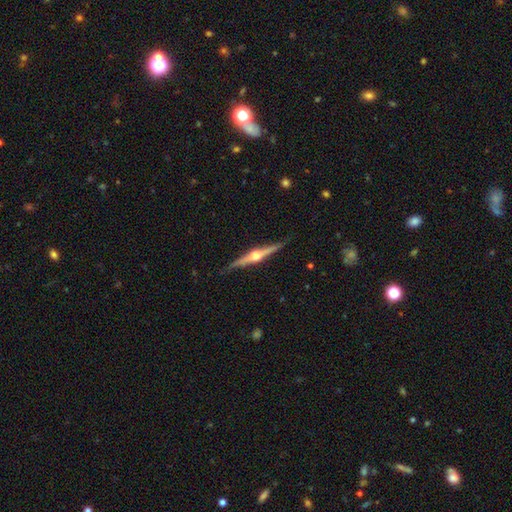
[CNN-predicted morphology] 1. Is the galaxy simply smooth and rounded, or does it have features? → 85% featured or disk, 10% smooth, 5% star or artifact.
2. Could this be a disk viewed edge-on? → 98% yes, 2% no.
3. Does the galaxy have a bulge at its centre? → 95% rounded, 3% boxy, 2% none.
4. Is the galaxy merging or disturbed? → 89% none, 8% minor disturbance, 2% major disturbance, 1% merger.